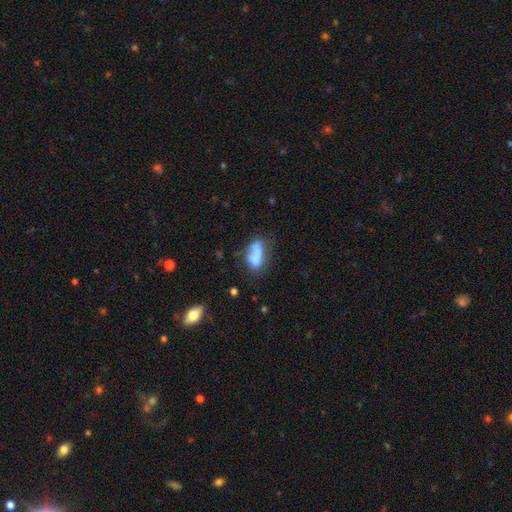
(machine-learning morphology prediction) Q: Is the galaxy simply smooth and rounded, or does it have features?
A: smooth — 67%.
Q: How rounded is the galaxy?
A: in between — 87%.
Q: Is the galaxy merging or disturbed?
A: none — 36%.